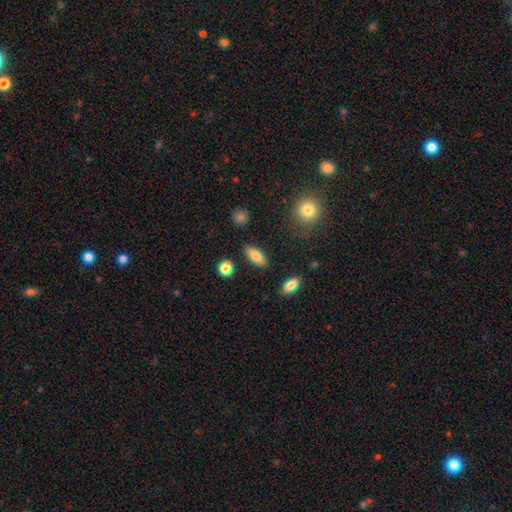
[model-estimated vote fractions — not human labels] smooth_or_featured: smooth (p=0.81) [alt: featured or disk p=0.12]
how_rounded: in between (p=0.80) [alt: cigar-shaped p=0.17]
merging: none (p=0.86) [alt: minor disturbance p=0.09]